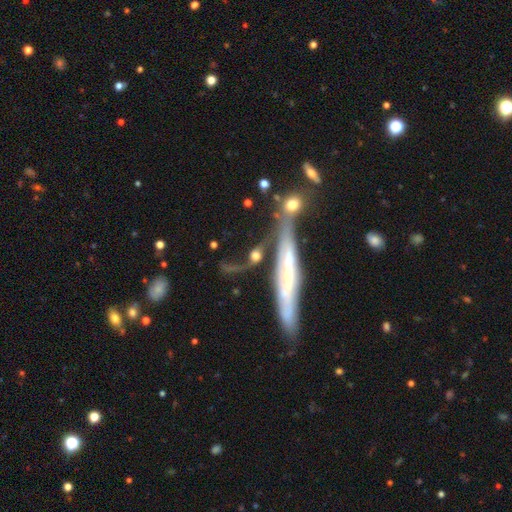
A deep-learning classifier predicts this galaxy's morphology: This appears to be a featured or disk galaxy (63%). Merging: merger (36%).